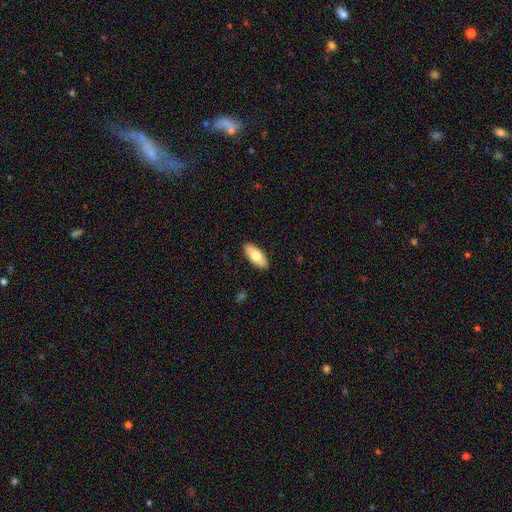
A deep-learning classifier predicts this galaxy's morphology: smooth-or-featured: smooth: 73% | featured or disk: 21% | star or artifact: 6%
  how-rounded: in between: 86% | cigar-shaped: 12% | round: 2%
  merging: none: 90% | minor disturbance: 8% | major disturbance: 2% | merger: 1%